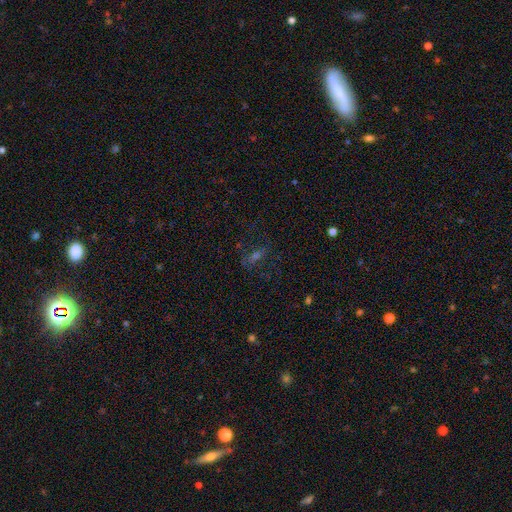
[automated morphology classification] Q: Smooth or featured?
A: star or artifact (36%); runner-up: featured or disk (34%)